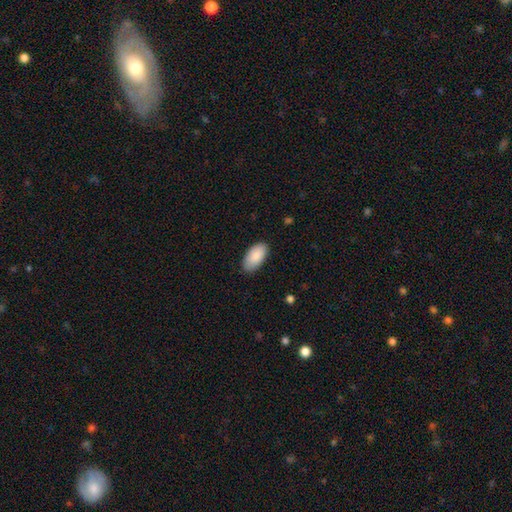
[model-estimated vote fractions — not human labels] Q: Smooth or featured?
A: smooth (88%); runner-up: featured or disk (6%)
Q: How rounded?
A: in between (96%); runner-up: cigar-shaped (2%)
Q: Merging?
A: none (85%); runner-up: minor disturbance (12%)